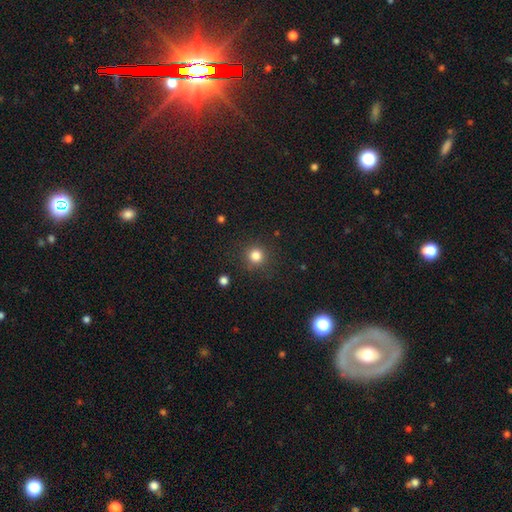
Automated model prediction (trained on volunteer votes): smooth_or_featured: smooth (p=0.81) [alt: star or artifact p=0.14]
how_rounded: round (p=0.93) [alt: in between p=0.06]
merging: none (p=0.88) [alt: minor disturbance p=0.07]